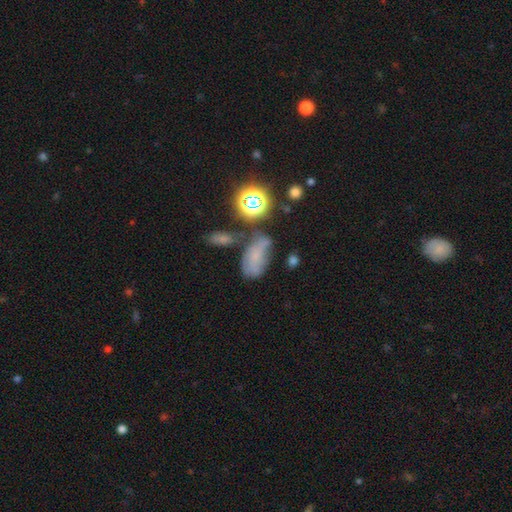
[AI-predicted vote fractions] Q: Smooth or featured?
A: smooth (41%); runner-up: star or artifact (29%)
Q: Merging?
A: none (42%); runner-up: minor disturbance (25%)